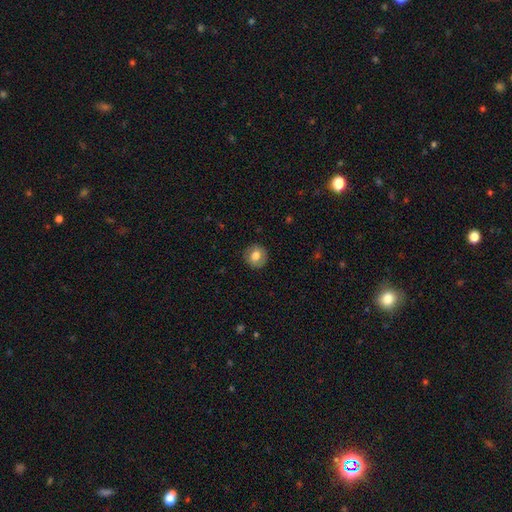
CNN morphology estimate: A smooth galaxy with no disk features (72%) that is round (86%). Merging: none (88%).